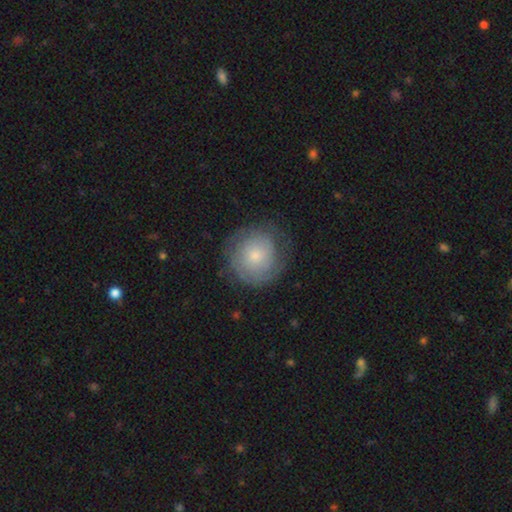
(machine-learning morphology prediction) smooth_or_featured: smooth (p=0.50) [alt: featured or disk p=0.43]
merging: none (p=0.72) [alt: minor disturbance p=0.18]